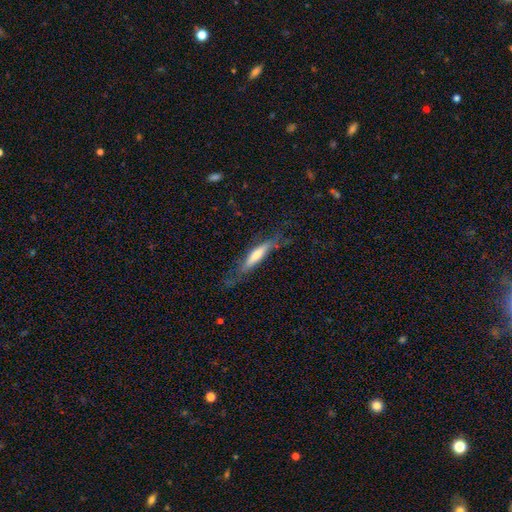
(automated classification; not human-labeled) A smooth galaxy with no disk features (52%) that is cigar-shaped (86%). Merging: none (65%).